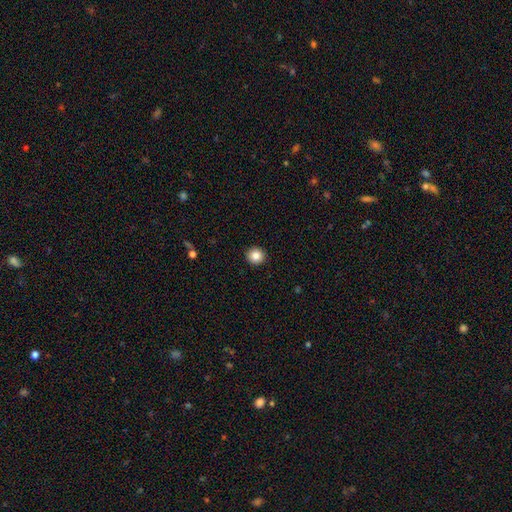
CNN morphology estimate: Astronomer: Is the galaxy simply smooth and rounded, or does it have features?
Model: smooth — 86%.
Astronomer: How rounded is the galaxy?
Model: round — 92%.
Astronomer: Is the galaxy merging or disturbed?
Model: none — 93%.